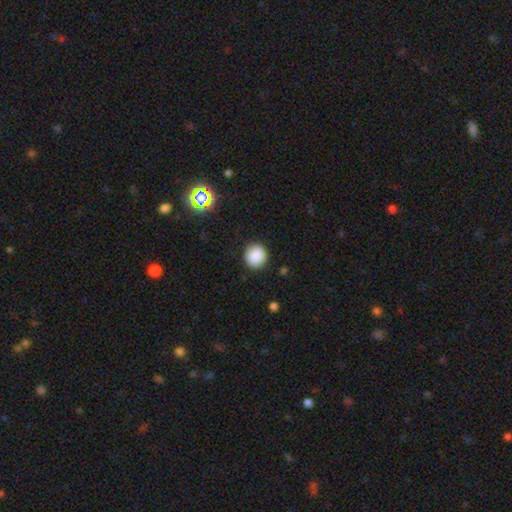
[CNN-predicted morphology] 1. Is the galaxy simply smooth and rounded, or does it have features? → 87% smooth, 9% star or artifact, 3% featured or disk.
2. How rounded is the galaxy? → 90% round, 9% in between, 1% cigar-shaped.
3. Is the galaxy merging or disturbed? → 90% none, 7% minor disturbance, 2% major disturbance, 1% merger.